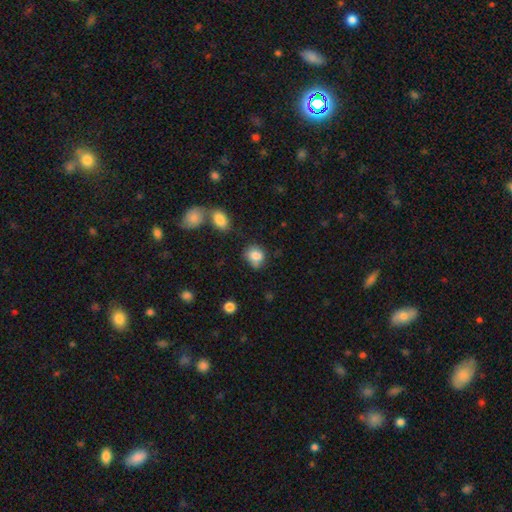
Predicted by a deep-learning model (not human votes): Smooth or featured? Predicted: smooth (p=0.81). How rounded? Predicted: round (p=0.62). Merging? Predicted: none (p=0.51).